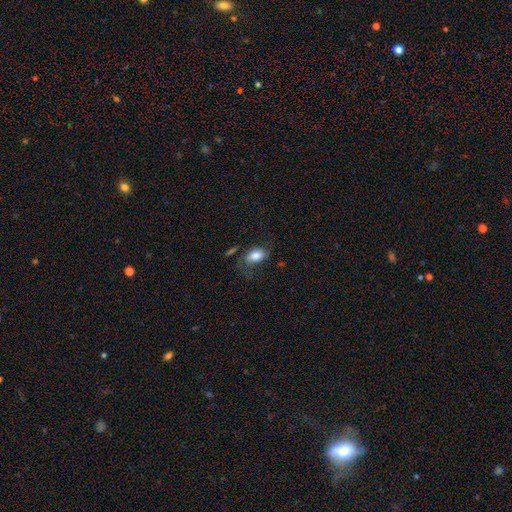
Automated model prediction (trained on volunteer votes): This appears to be a smooth galaxy with no disk features (69%) that is in between round and cigar-shaped (87%). Merging: none (52%).